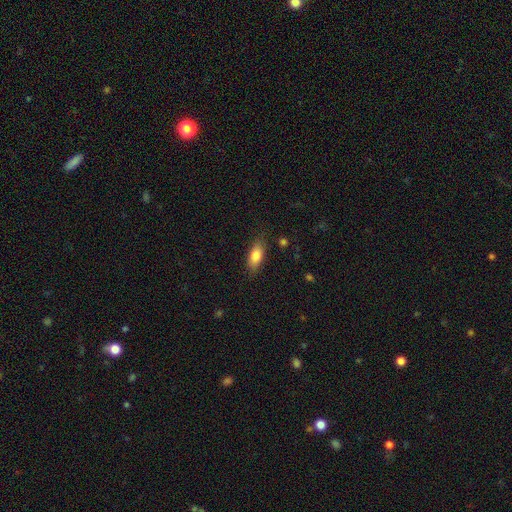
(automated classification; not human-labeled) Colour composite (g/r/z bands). It shows a smooth galaxy with no disk features (81%) that is in between round and cigar-shaped (81%). Merging: none (81%).